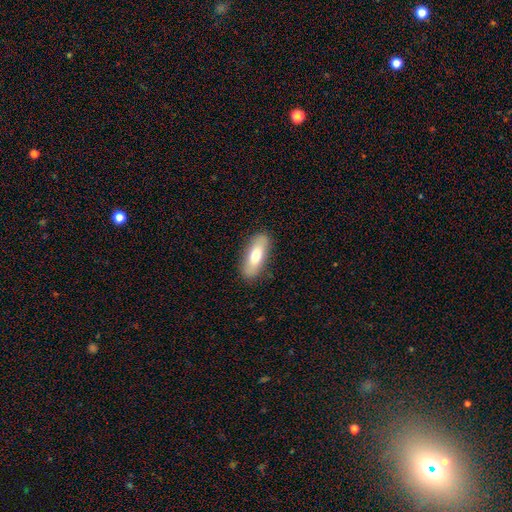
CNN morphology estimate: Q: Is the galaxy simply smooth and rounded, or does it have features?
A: smooth — 71%.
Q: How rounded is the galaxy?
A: in between — 66%.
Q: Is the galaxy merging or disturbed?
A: none — 87%.